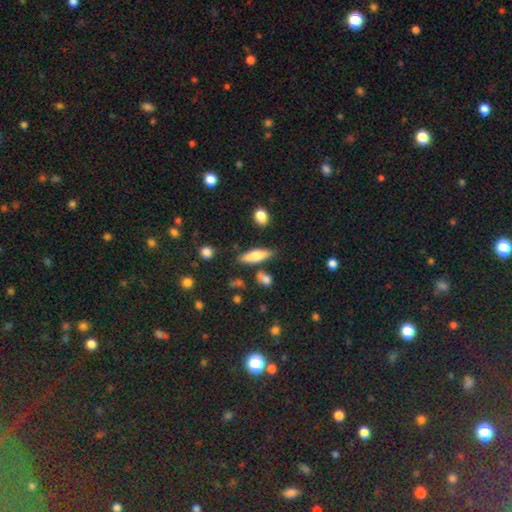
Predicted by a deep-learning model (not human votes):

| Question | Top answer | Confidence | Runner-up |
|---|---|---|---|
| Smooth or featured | smooth | 61% | featured or disk (32%) |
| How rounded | cigar-shaped | 51% | in between (47%) |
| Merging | none | 74% | minor disturbance (14%) |